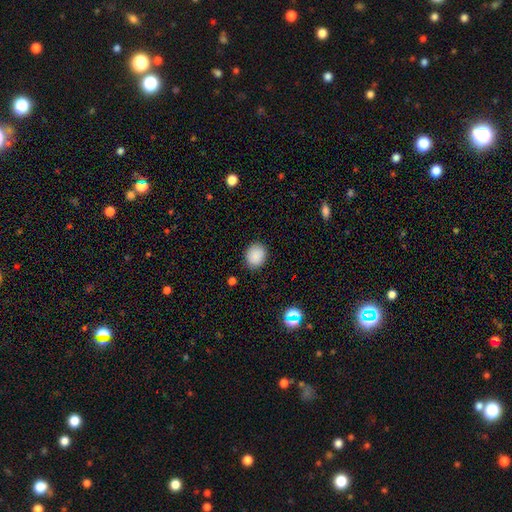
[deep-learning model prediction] The model was most divided on "how rounded": round: 66%, in between: 34%, cigar-shaped: 1%. More confident: merging — none (88%); smooth or featured — smooth (87%).